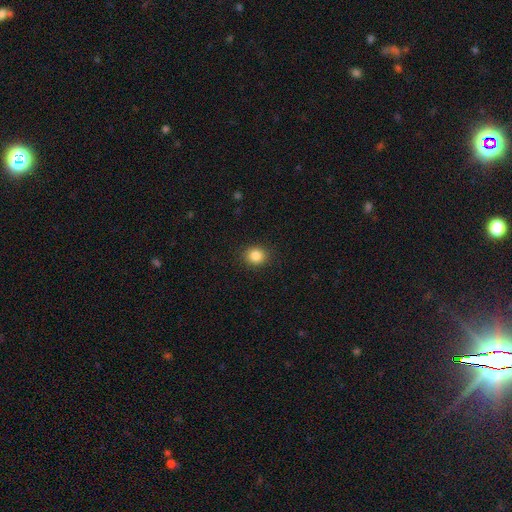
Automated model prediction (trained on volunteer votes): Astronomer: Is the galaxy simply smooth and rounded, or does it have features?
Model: smooth — 86%.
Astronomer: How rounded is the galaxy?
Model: round — 78%.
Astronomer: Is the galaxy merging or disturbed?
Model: none — 90%.